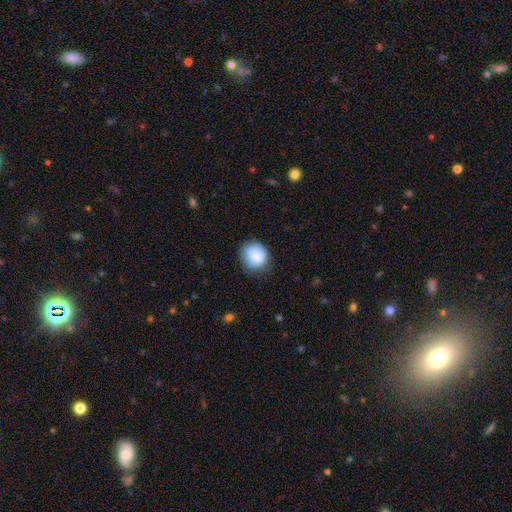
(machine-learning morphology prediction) Q: Smooth or featured?
A: smooth (86%); runner-up: star or artifact (7%)
Q: How rounded?
A: round (76%); runner-up: in between (23%)
Q: Merging?
A: none (72%); runner-up: minor disturbance (22%)